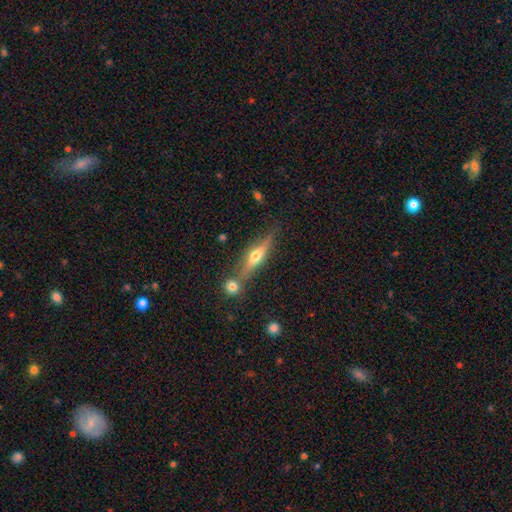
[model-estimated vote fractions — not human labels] Smooth or featured: featured or disk — 64% (smooth — 28%)
Edge-on disk: yes — 94% (no — 6%)
Edge-on bulge: rounded — 90% (boxy — 5%)
Merging: none — 74% (minor disturbance — 12%)